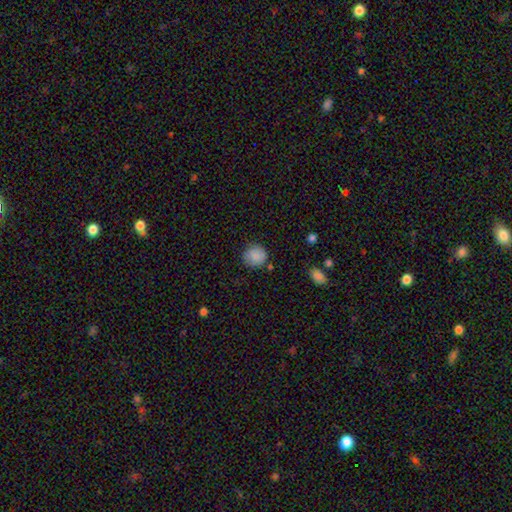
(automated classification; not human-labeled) Smooth or featured? smooth (86%)
How rounded? round (89%)
Merging? none (78%)